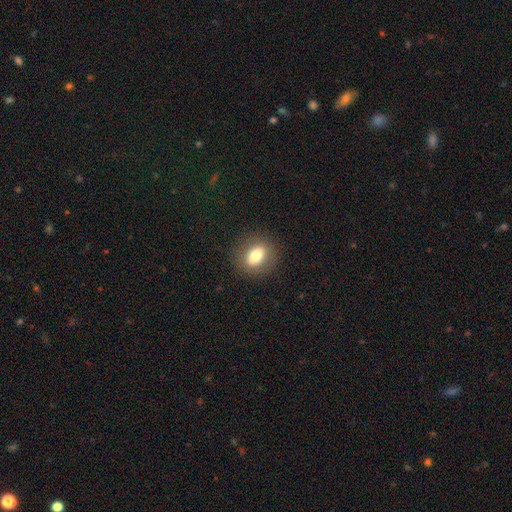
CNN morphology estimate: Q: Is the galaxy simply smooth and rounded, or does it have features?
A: smooth — 73%.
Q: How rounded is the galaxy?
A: in between — 50%.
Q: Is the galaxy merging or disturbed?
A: none — 87%.